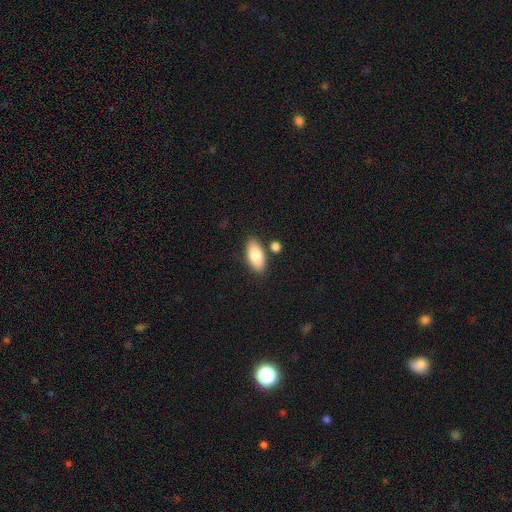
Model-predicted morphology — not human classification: Q: Smooth or featured?
A: smooth (84%); runner-up: featured or disk (10%)
Q: How rounded?
A: in between (88%); runner-up: cigar-shaped (9%)
Q: Merging?
A: none (78%); runner-up: minor disturbance (11%)